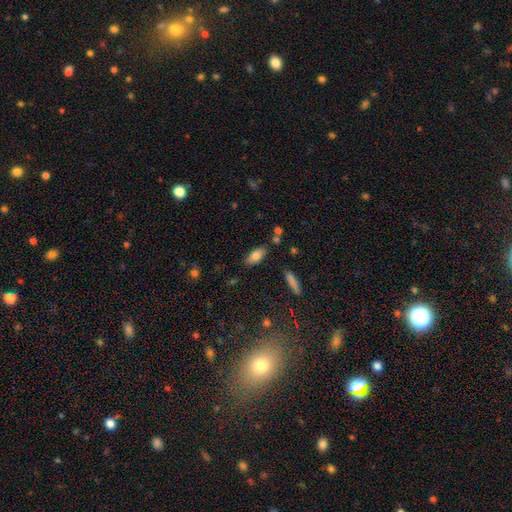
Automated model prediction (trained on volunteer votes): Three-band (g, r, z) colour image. It shows a smooth galaxy with no disk features (79%) that is in between round and cigar-shaped (84%). Merging: none (80%).